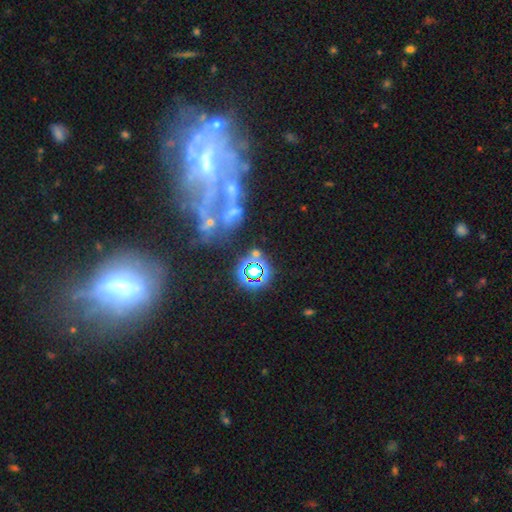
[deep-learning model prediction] Smooth or featured? Predicted: star or artifact (p=0.41).